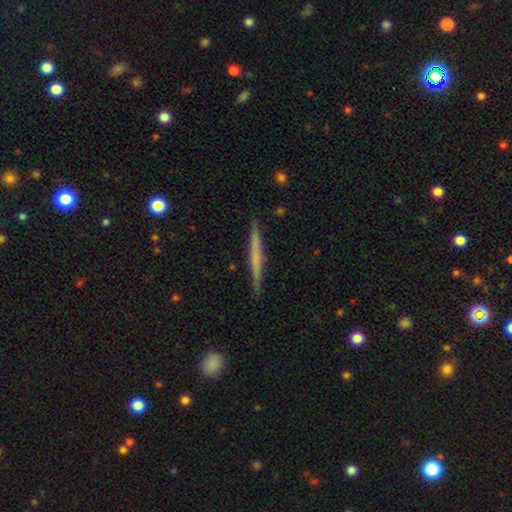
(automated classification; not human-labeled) Smooth or featured? Predicted: featured or disk (p=0.52). Edge-on disk? Predicted: yes (p=0.97). Edge-on bulge? Predicted: none (p=0.80). Merging? Predicted: none (p=0.90).